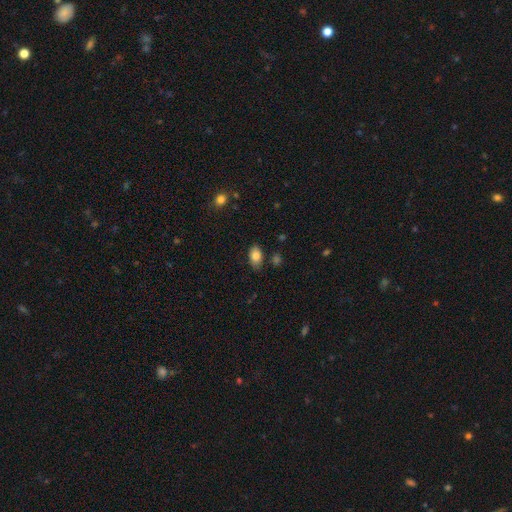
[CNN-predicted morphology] A smooth galaxy with no disk features (83%) that is in between round and cigar-shaped (90%). Merging: none (80%).